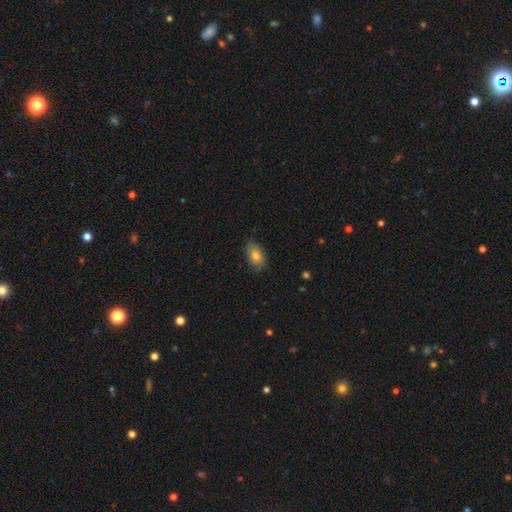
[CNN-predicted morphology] smooth-or-featured: smooth: 78% | featured or disk: 15% | star or artifact: 7%
  how-rounded: in between: 90% | round: 7% | cigar-shaped: 3%
  merging: none: 79% | minor disturbance: 17% | major disturbance: 3% | merger: 1%